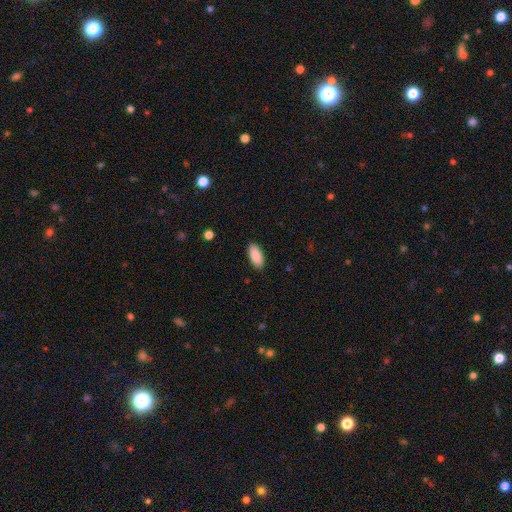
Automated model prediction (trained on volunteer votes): The model was most divided on "how rounded": in between: 89%, cigar-shaped: 10%, round: 2%. More confident: smooth or featured — smooth (90%); merging — none (89%).